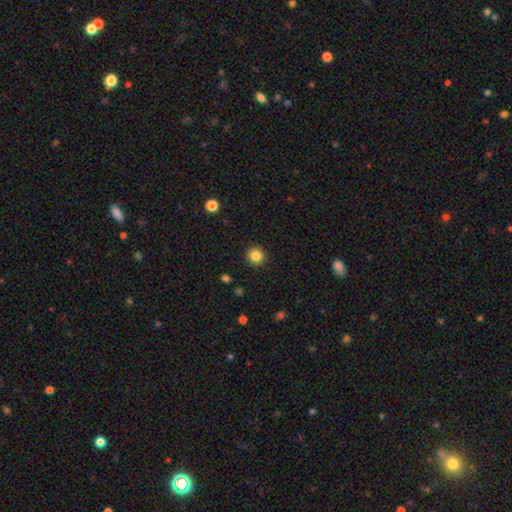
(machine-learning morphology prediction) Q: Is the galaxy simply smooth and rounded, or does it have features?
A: smooth — 85%.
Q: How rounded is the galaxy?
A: round — 93%.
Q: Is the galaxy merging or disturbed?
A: none — 92%.